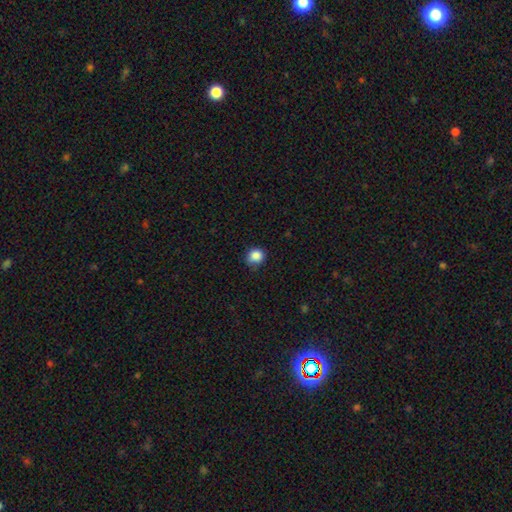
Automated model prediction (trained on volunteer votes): A smooth galaxy with no disk features (87%) that is round (81%). Merging: none (75%).